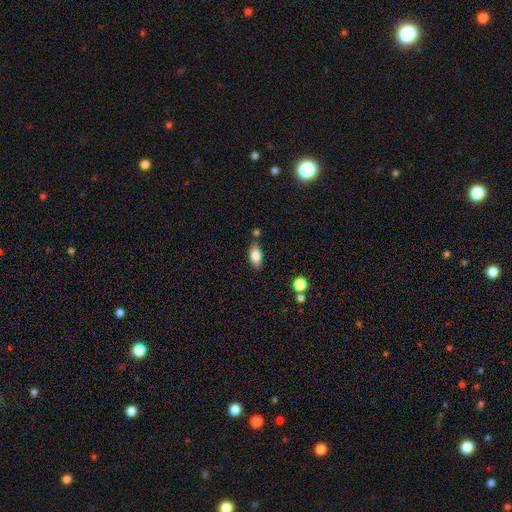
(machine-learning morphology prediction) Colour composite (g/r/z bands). It shows a smooth galaxy with no disk features (79%) that is in between round and cigar-shaped (88%). Merging: none (74%).